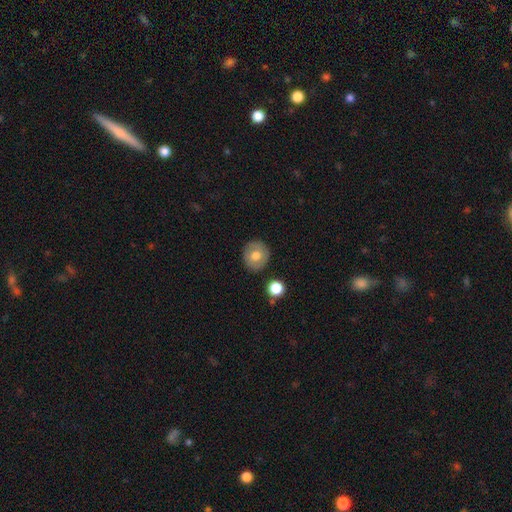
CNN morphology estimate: smooth_or_featured: smooth (p=0.69) [alt: featured or disk p=0.23]
how_rounded: round (p=0.84) [alt: in between p=0.15]
merging: none (p=0.86) [alt: minor disturbance p=0.09]